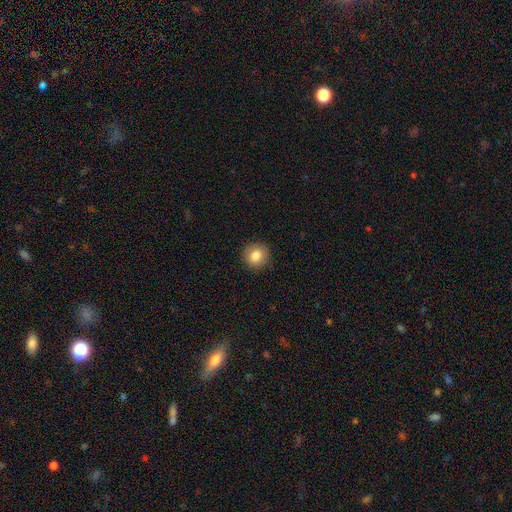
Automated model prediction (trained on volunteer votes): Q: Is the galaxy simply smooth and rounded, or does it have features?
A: smooth — 83%.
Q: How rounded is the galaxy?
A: round — 87%.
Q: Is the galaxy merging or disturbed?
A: none — 89%.